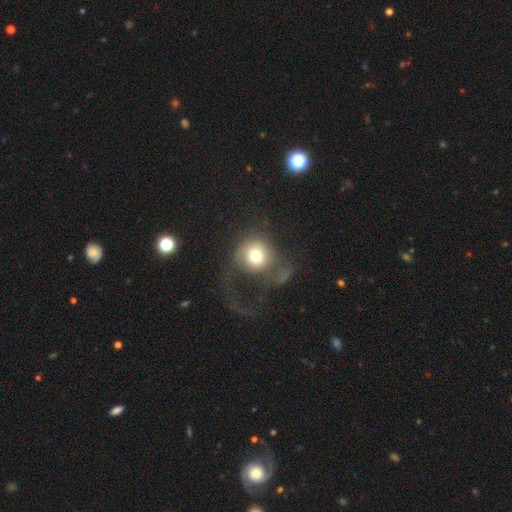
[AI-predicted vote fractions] Overall: smooth (66%). How rounded: round (89%). Merging: major disturbance (51%; none 31%).